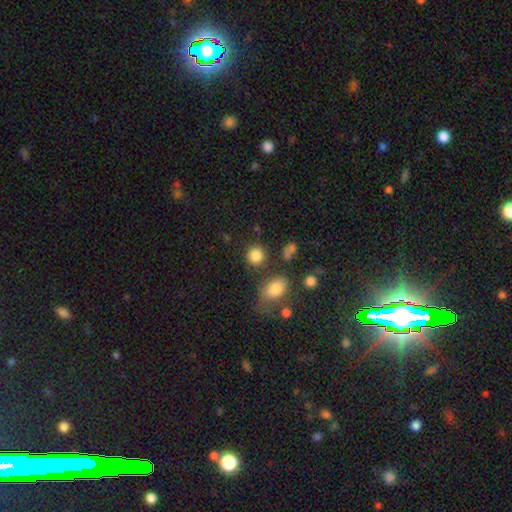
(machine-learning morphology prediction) This is clearly a smooth galaxy (84%). How rounded: clearly round (85%). Merging: likely none (77%).